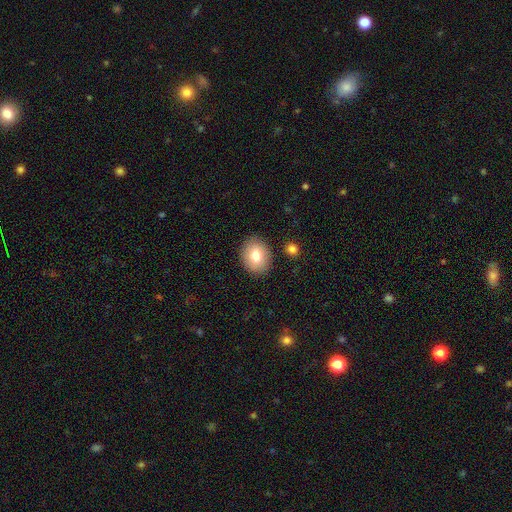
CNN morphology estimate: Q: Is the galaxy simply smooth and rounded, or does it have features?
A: smooth — 78%.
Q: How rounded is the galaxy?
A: round — 51%.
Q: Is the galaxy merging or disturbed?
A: none — 86%.